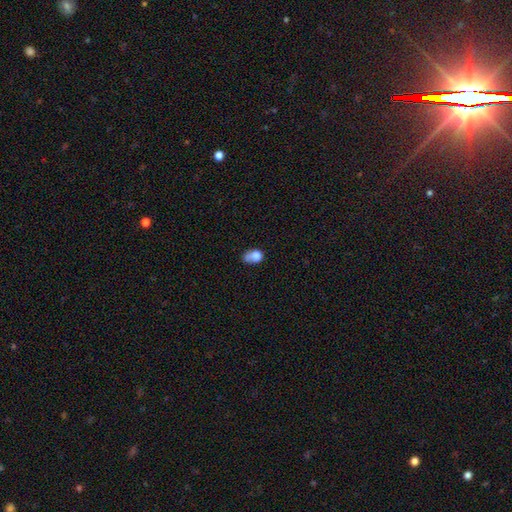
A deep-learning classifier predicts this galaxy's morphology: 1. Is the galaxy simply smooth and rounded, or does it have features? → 76% smooth, 14% featured or disk, 11% star or artifact.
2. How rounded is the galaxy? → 59% in between, 39% round, 2% cigar-shaped.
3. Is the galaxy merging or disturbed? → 29% none, 27% minor disturbance, 26% merger, 18% major disturbance.